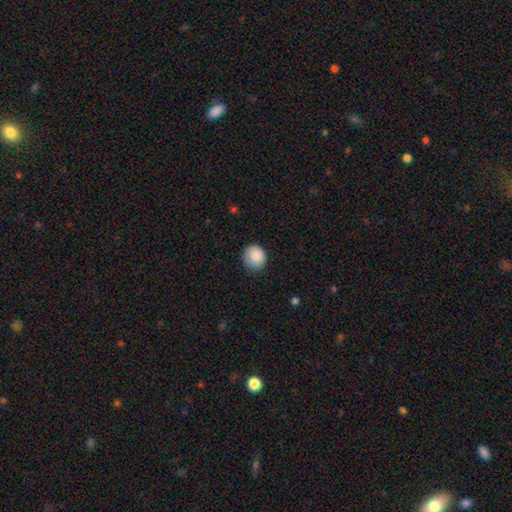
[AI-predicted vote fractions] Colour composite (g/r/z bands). It shows a smooth galaxy with no disk features (88%) that is round (85%). Merging: none (84%).